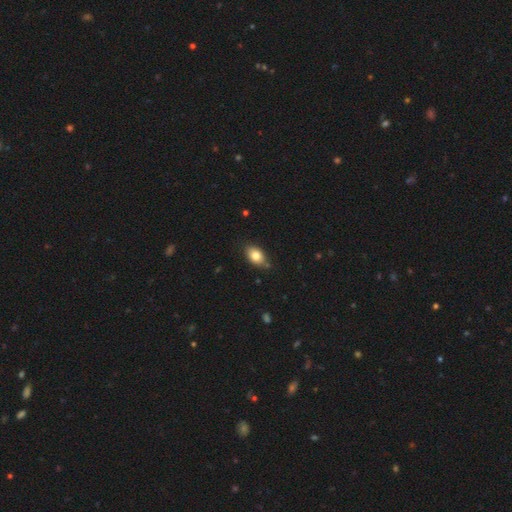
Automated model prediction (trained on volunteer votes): Smooth or featured? Predicted: smooth (p=0.81). How rounded? Predicted: in between (p=0.85). Merging? Predicted: none (p=0.78).